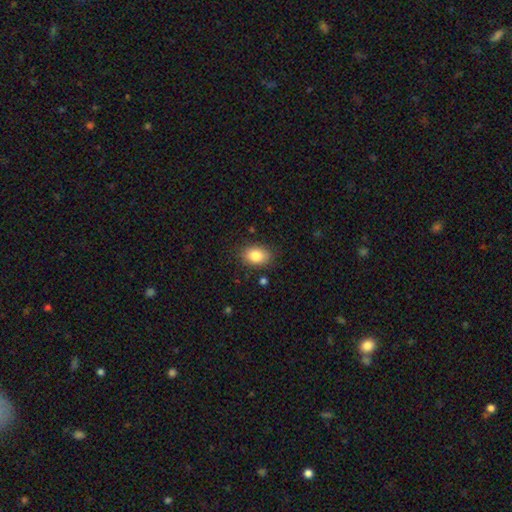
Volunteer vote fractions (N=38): Overall: smooth (87%). How rounded: round (52%; in between 48%). Merging: none (86%).